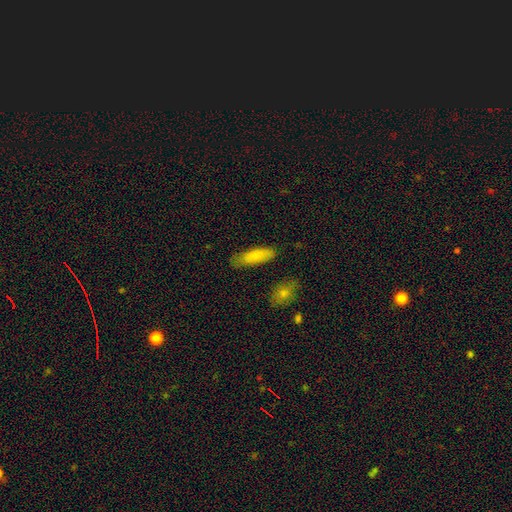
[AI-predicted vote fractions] smooth-or-featured: smooth: 82% | featured or disk: 11% | star or artifact: 6%
  how-rounded: in between: 55% | cigar-shaped: 43% | round: 2%
  merging: none: 77% | minor disturbance: 17% | major disturbance: 3% | merger: 3%